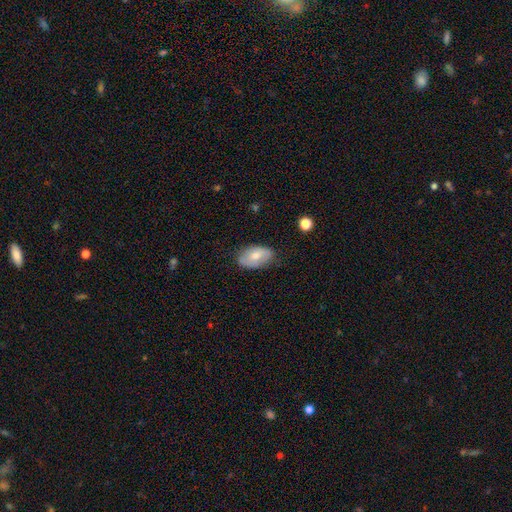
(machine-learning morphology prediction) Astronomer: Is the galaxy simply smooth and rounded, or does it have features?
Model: smooth — 59%.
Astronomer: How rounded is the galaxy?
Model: in between — 91%.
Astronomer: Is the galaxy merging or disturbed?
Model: none — 76%.